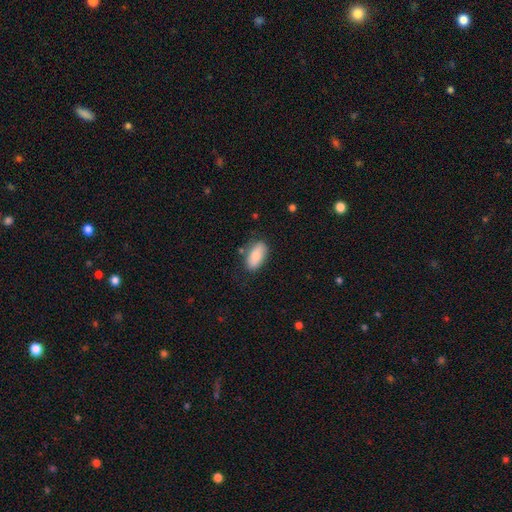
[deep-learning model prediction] Smooth or featured: smooth — 83% (featured or disk — 11%)
How rounded: in between — 92% (cigar-shaped — 5%)
Merging: none — 77% (minor disturbance — 16%)